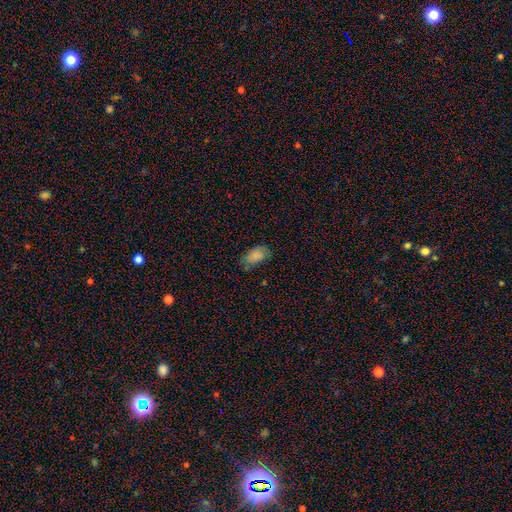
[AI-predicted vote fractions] Overall: smooth (85%). How rounded: in between (93%). Merging: none (68%).